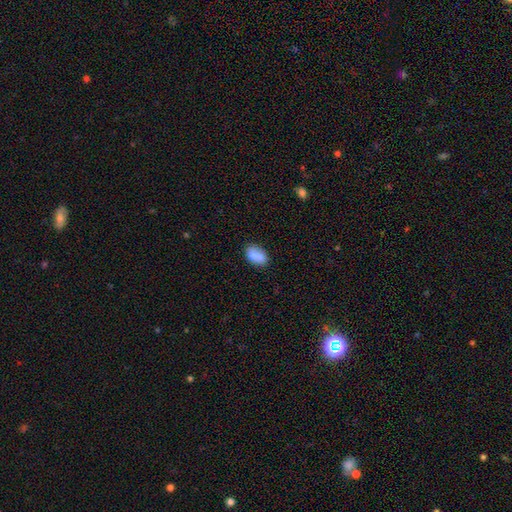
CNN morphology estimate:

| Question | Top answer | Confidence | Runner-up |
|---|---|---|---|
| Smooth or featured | smooth | 78% | featured or disk (14%) |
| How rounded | in between | 86% | round (12%) |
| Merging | none | 56% | merger (23%) |